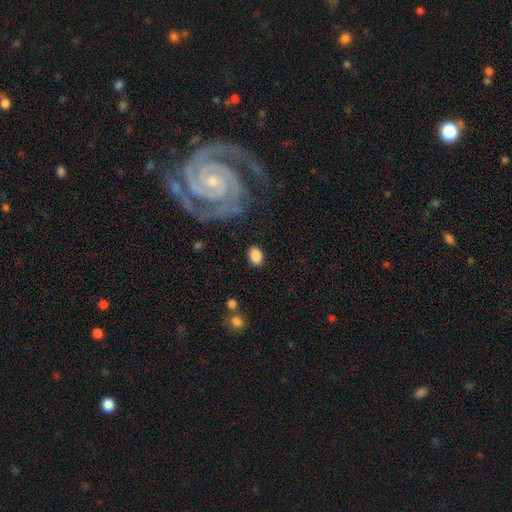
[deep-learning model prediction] Smooth or featured? smooth (86%)
How rounded? in between (81%)
Merging? none (82%)